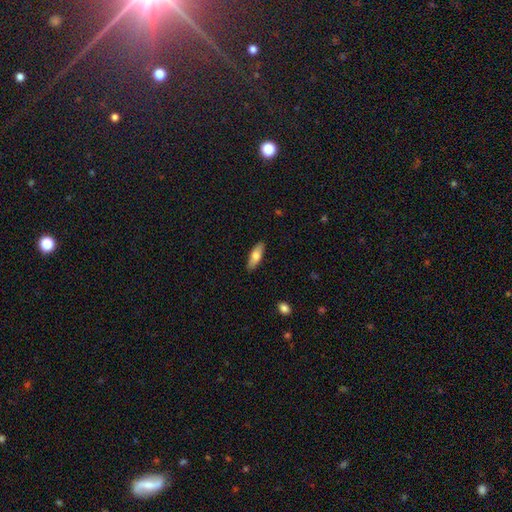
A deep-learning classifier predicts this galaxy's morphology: This appears to be a smooth galaxy with no disk features (71%) that is in between round and cigar-shaped (57%). Merging: none (89%).